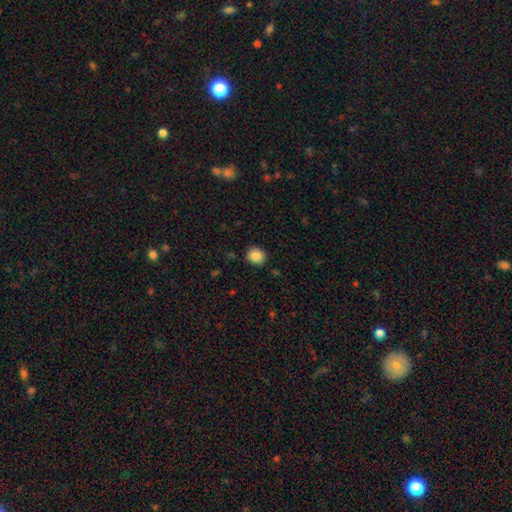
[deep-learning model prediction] This appears to be a smooth galaxy with no disk features (86%) that is round (82%). Merging: none (89%).